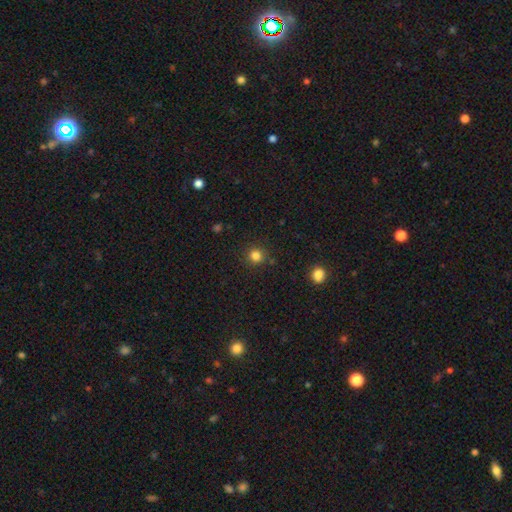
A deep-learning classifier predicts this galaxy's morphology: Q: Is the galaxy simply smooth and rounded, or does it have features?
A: smooth — 83%.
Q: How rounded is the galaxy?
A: round — 92%.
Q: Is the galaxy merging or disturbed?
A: none — 88%.